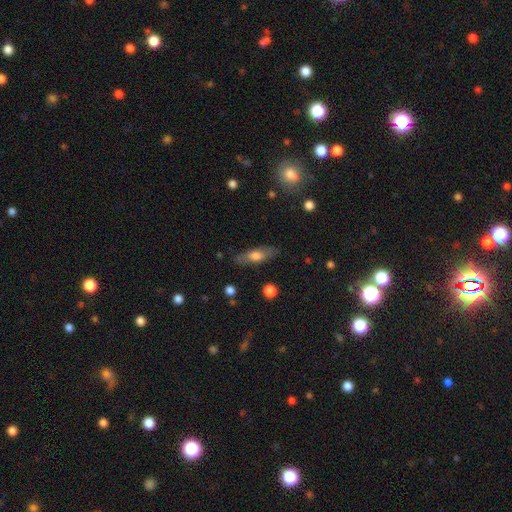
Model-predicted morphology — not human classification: The model was most divided on "how rounded" (2-way tie): in between: 48%, cigar-shaped: 48%, round: 3%. More confident: merging — none (81%); smooth or featured — smooth (59%).